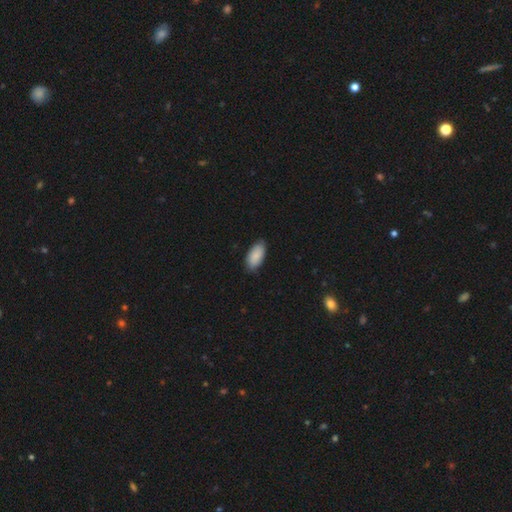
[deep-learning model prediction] Q: Smooth or featured?
A: smooth (87%); runner-up: featured or disk (7%)
Q: How rounded?
A: in between (92%); runner-up: cigar-shaped (6%)
Q: Merging?
A: none (82%); runner-up: minor disturbance (15%)